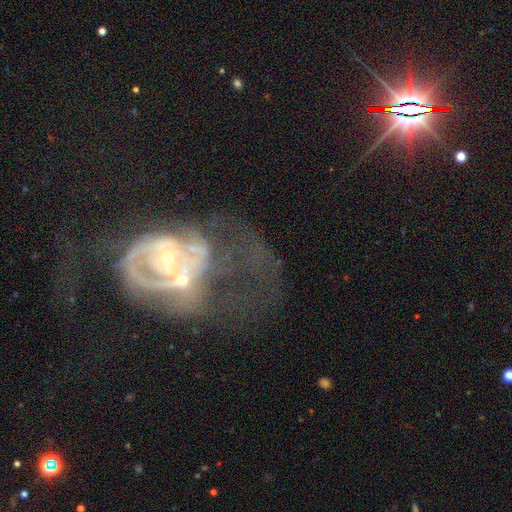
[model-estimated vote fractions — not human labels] A featured or disk galaxy (67%) with no bar (75%), spiral arms (53%) and a small central bulge (57%). Merging: major disturbance (38%).